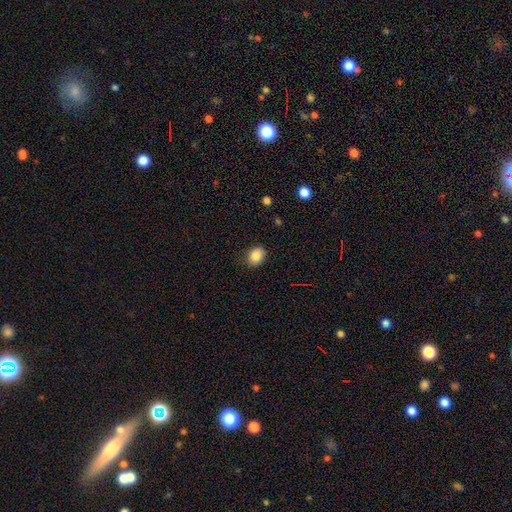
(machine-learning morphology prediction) smooth-or-featured: smooth: 86% | star or artifact: 9% | featured or disk: 5%
  how-rounded: in between: 58% | round: 41% | cigar-shaped: 1%
  merging: none: 83% | minor disturbance: 13% | major disturbance: 3% | merger: 1%